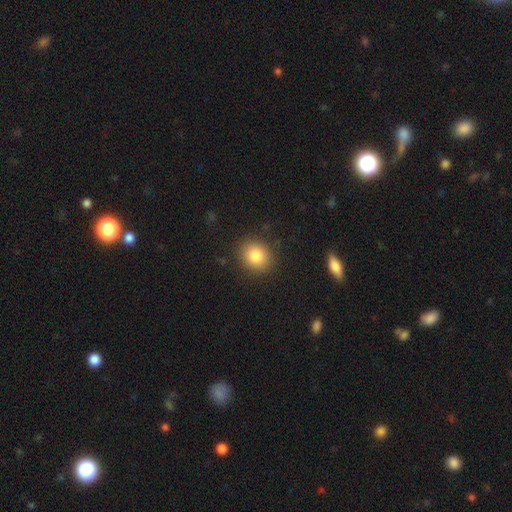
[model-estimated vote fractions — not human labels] Q: Smooth or featured?
A: smooth (83%); runner-up: star or artifact (9%)
Q: How rounded?
A: round (71%); runner-up: in between (28%)
Q: Merging?
A: none (88%); runner-up: minor disturbance (8%)